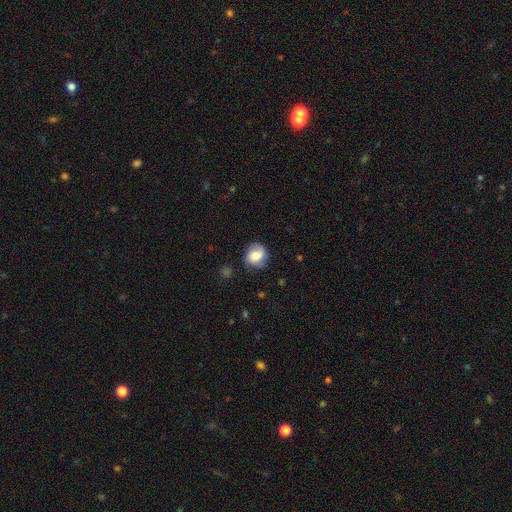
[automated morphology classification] The model was most divided on "smooth or featured": smooth: 66%, featured or disk: 25%, star or artifact: 9%. More confident: how rounded — round (77%); merging — none (74%).